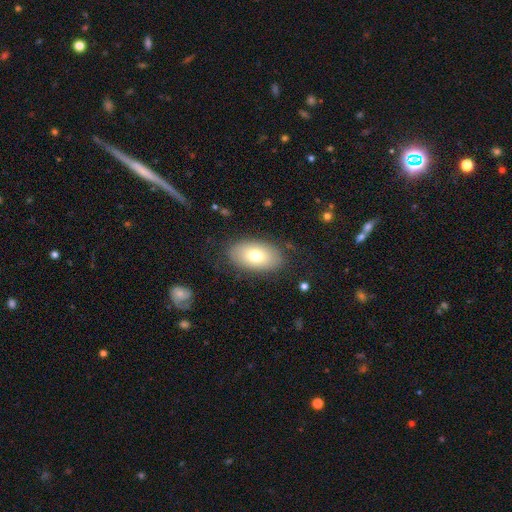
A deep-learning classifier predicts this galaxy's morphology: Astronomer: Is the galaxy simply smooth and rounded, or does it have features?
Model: smooth — 74%.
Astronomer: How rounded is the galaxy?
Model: in between — 93%.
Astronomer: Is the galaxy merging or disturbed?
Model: none — 84%.